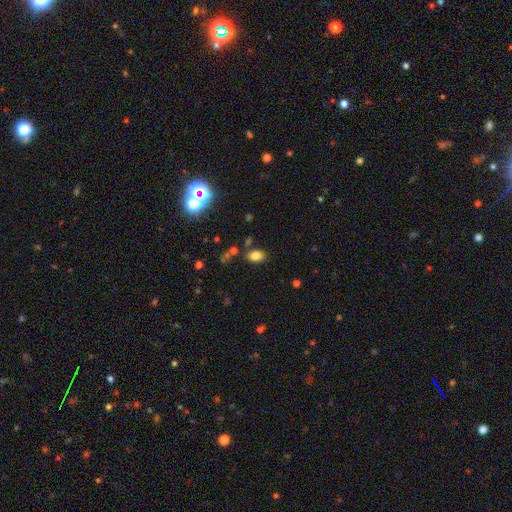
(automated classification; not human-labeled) This is clearly a smooth galaxy (80%). How rounded: clearly in between (83%). Merging: likely none (78%).